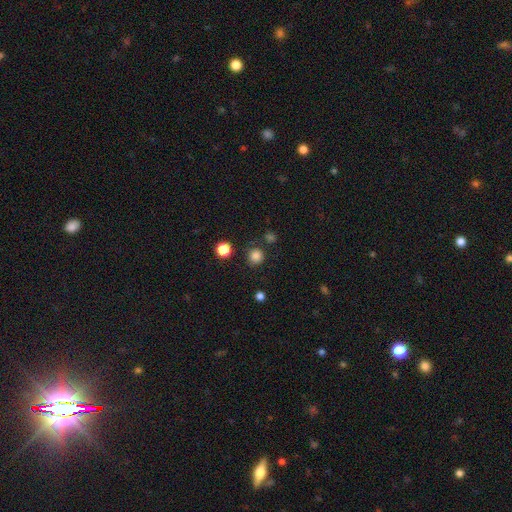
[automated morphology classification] smooth_or_featured: smooth (p=0.83) [alt: star or artifact p=0.14]
how_rounded: round (p=0.92) [alt: in between p=0.07]
merging: none (p=0.84) [alt: minor disturbance p=0.08]